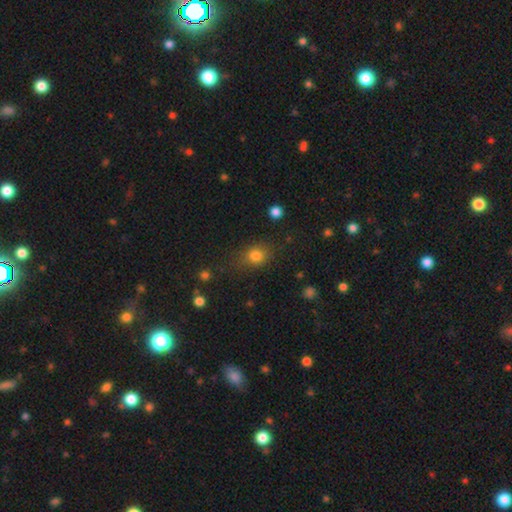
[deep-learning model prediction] A smooth galaxy with no disk features (79%) that is round (59%). Merging: none (72%).